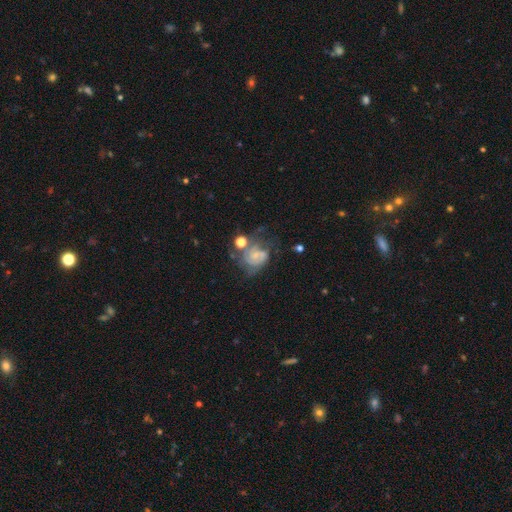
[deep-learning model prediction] Overall: featured or disk (65%). Edge-on disk: no (98%). Bar: no (63%; weak 31%). Spiral arms: yes (82%). Spiral arm count: 2 (39%; can't tell 33%). Spiral winding: tight (44%; medium 39%). Bulge size: small (55%; none 22%). Merging: none (36%; major disturbance 27%).